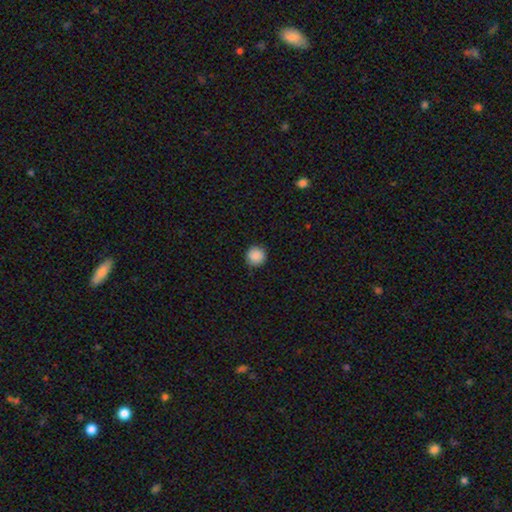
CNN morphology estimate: Overall: smooth (89%). How rounded: round (95%). Merging: none (91%).